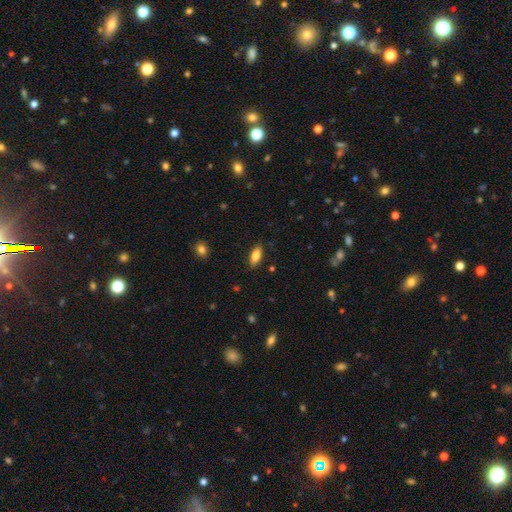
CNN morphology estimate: Smooth or featured? Predicted: smooth (p=0.81). How rounded? Predicted: in between (p=0.82). Merging? Predicted: none (p=0.86).